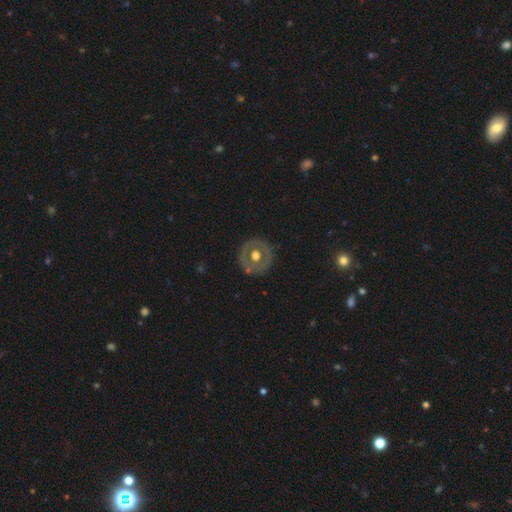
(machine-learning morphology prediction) This is possibly a featured or disk galaxy (51%). It is clearly not viewed edge-on (94%). Merging: clearly none (83%).